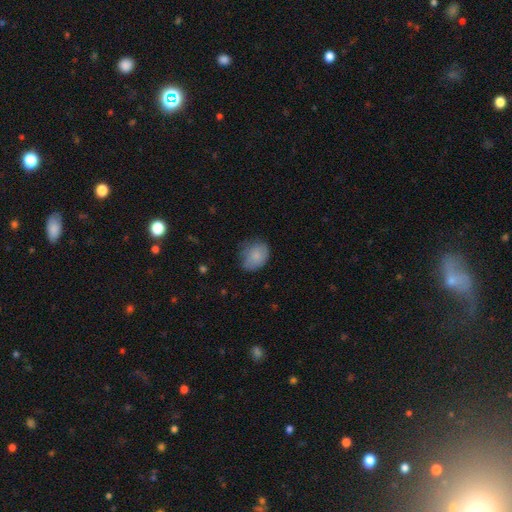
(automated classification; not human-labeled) Smooth or featured? smooth (82%)
How rounded? in between (59%)
Merging? none (59%)